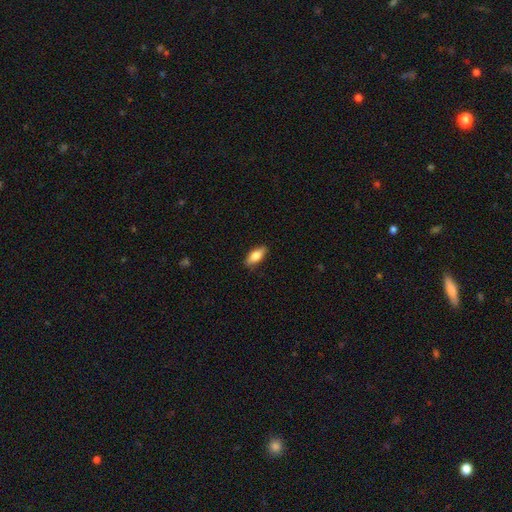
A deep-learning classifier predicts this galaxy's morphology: This is clearly a smooth galaxy (83%). How rounded: clearly in between (82%). Merging: clearly none (86%).